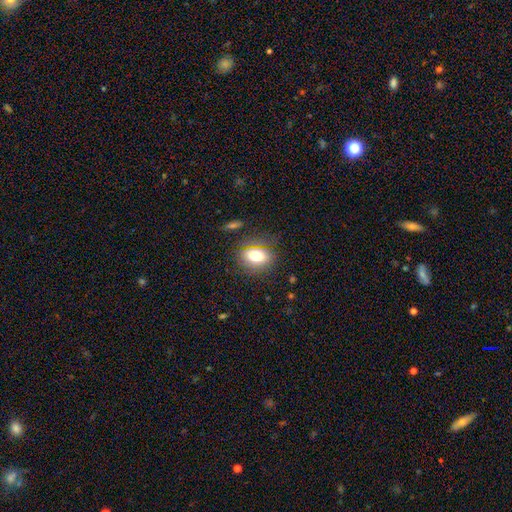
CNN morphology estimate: Smooth or featured? Predicted: smooth (p=0.73). How rounded? Predicted: in between (p=0.55). Merging? Predicted: none (p=0.80).